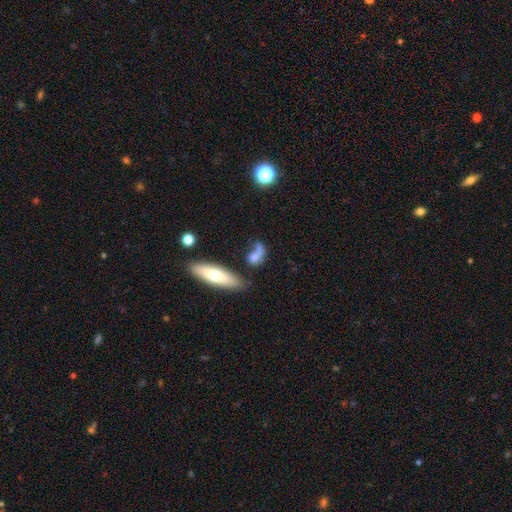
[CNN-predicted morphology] A smooth galaxy with no disk features (62%) that is in between round and cigar-shaped (58%).

Vote fractions:
- Smooth or featured? smooth: 62% / featured or disk: 27% / star or artifact: 11%
- How rounded? in between: 58% / round: 22% / cigar-shaped: 20%
- Merging? none: 39% / merger: 25% / major disturbance: 20% / minor disturbance: 17%